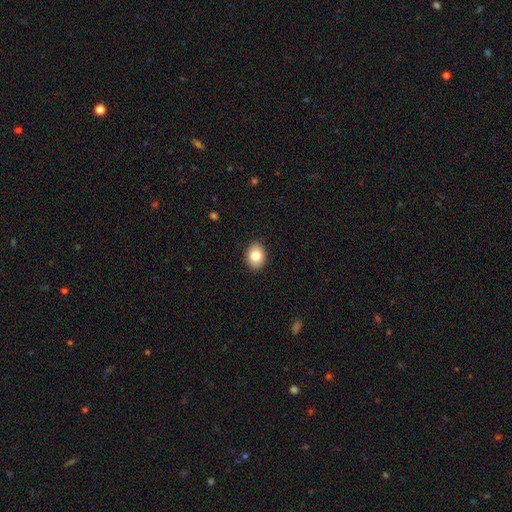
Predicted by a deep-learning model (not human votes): smooth-or-featured: smooth: 82% | featured or disk: 10% | star or artifact: 8%
  how-rounded: in between: 62% | round: 37% | cigar-shaped: 1%
  merging: none: 90% | minor disturbance: 7% | major disturbance: 2% | merger: 1%